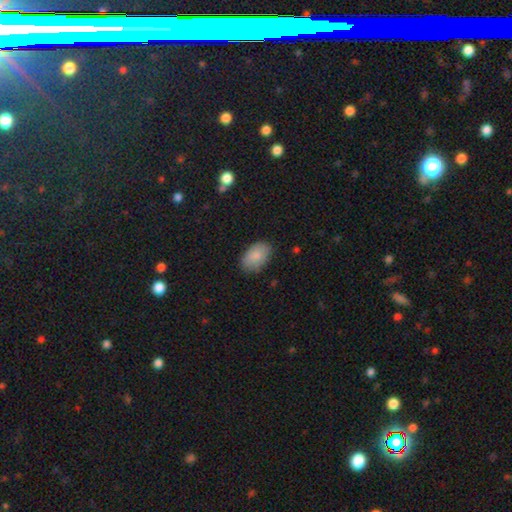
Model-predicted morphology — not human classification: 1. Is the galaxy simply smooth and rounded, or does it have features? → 85% smooth, 8% featured or disk, 6% star or artifact.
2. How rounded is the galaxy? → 91% in between, 8% round, 1% cigar-shaped.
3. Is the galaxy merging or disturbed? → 83% none, 14% minor disturbance, 3% major disturbance, 1% merger.